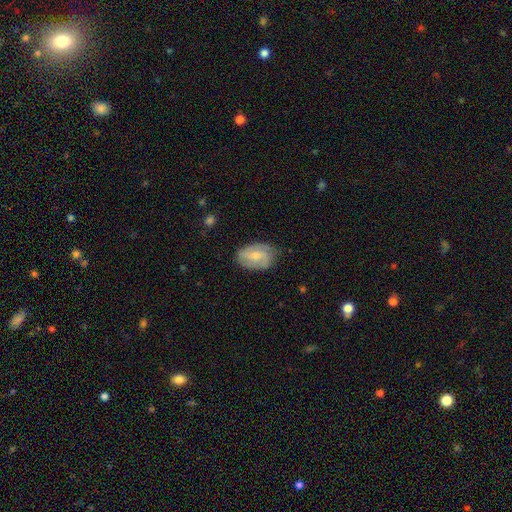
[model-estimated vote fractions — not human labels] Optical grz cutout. It shows a featured or disk galaxy (53%) with a weak bar (47%), spiral arms (85%) and a moderate central bulge (46%). Merging: none (71%).